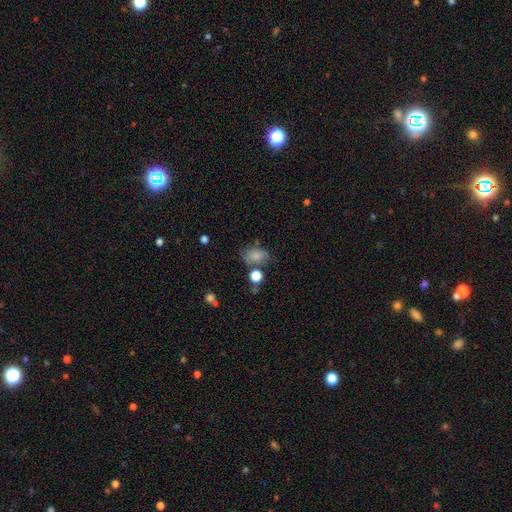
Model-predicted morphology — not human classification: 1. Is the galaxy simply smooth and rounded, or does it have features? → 78% smooth, 12% featured or disk, 11% star or artifact.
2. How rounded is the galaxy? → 78% in between, 21% round, 1% cigar-shaped.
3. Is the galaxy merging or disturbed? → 54% none, 22% minor disturbance, 14% merger, 9% major disturbance.